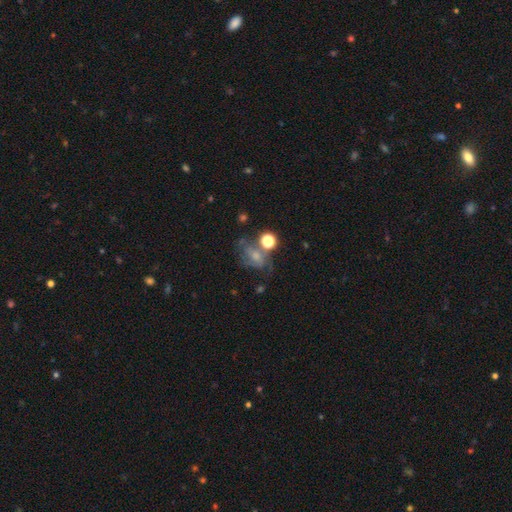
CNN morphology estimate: smooth_or_featured: smooth (p=0.42) [alt: featured or disk p=0.39]
merging: none (p=0.36) [alt: major disturbance p=0.26]